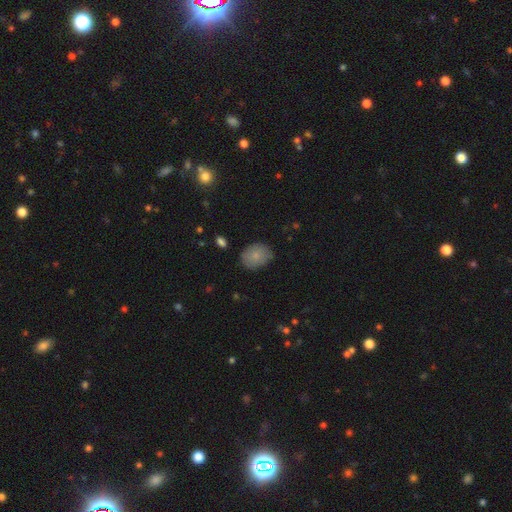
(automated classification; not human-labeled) Smooth or featured?
  - smooth: 81% *
  - featured or disk: 11%
  - star or artifact: 8%
How rounded?
  - in between: 62% *
  - round: 37%
  - cigar-shaped: 1%
Merging?
  - none: 74% *
  - minor disturbance: 20%
  - major disturbance: 4%
  - merger: 2%